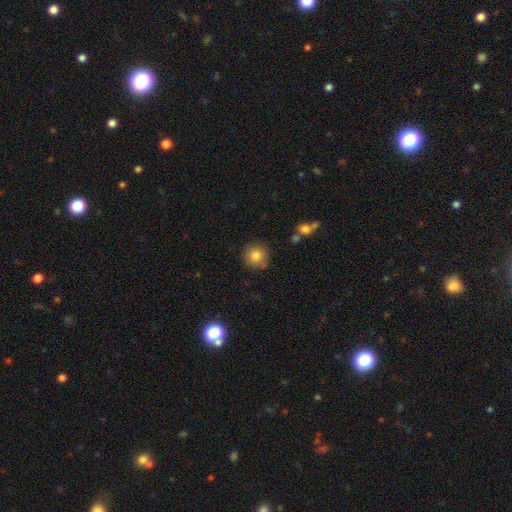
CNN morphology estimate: smooth_or_featured: smooth (p=0.84) [alt: star or artifact p=0.10]
how_rounded: round (p=0.93) [alt: in between p=0.06]
merging: none (p=0.85) [alt: minor disturbance p=0.10]